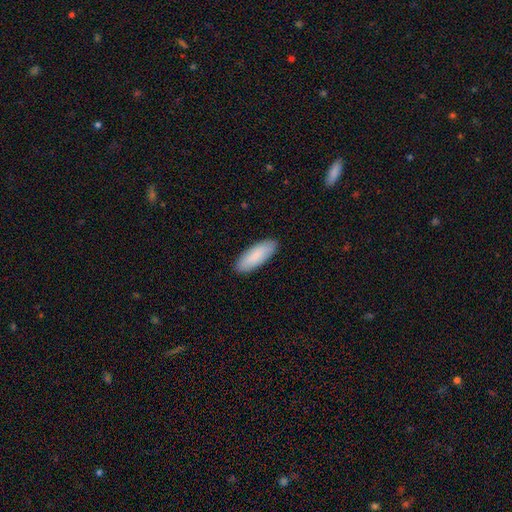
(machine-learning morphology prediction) Smooth or featured?
  - smooth: 87% *
  - featured or disk: 8%
  - star or artifact: 5%
How rounded?
  - in between: 69% *
  - cigar-shaped: 29%
  - round: 1%
Merging?
  - none: 90% *
  - minor disturbance: 8%
  - major disturbance: 2%
  - merger: 1%